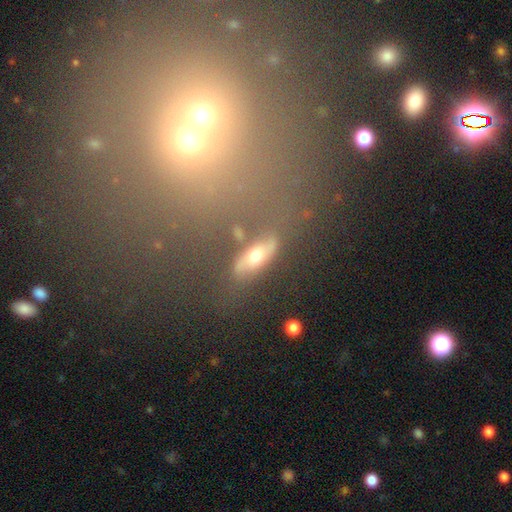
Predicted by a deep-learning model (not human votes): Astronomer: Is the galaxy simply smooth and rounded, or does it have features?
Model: smooth — 49% (runner-up: featured or disk, 30%).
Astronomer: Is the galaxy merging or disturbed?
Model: none — 65%.